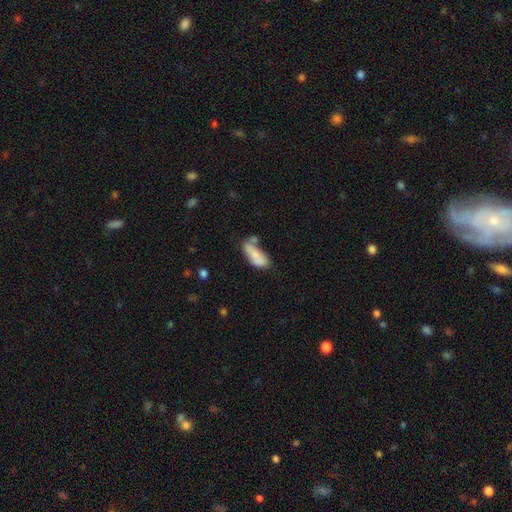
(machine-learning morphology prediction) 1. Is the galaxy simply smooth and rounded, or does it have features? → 72% smooth, 21% featured or disk, 7% star or artifact.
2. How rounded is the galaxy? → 76% in between, 22% cigar-shaped, 3% round.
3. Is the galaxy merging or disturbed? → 35% none, 30% merger, 24% minor disturbance, 12% major disturbance.